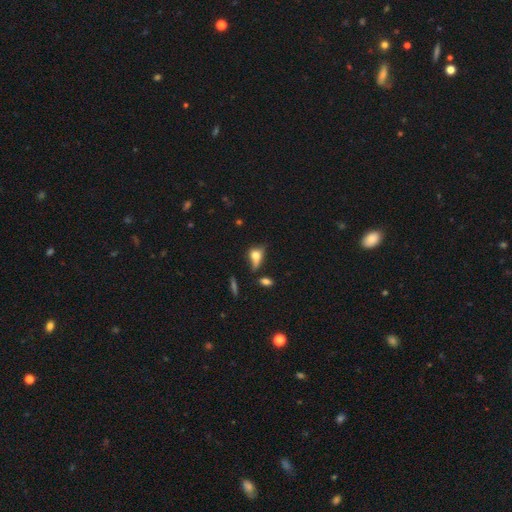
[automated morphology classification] A smooth galaxy with no disk features (63%) that is in between round and cigar-shaped (61%).

Vote fractions:
- Smooth or featured? smooth: 63% / featured or disk: 24% / star or artifact: 13%
- How rounded? in between: 61% / round: 30% / cigar-shaped: 9%
- Merging? none: 35% / minor disturbance: 28% / major disturbance: 24% / merger: 13%